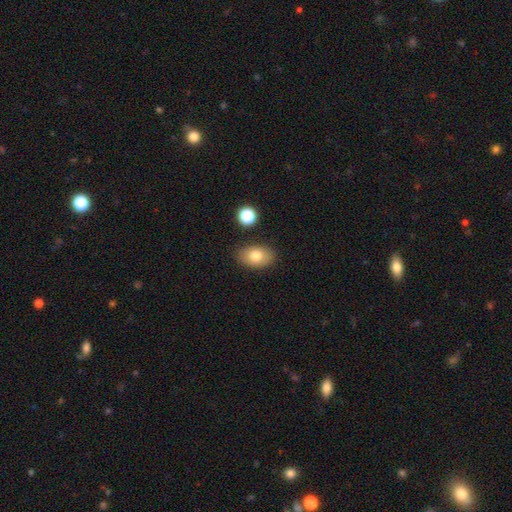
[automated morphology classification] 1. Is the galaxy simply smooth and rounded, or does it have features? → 78% smooth, 13% featured or disk, 9% star or artifact.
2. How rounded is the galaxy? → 85% in between, 14% round, 1% cigar-shaped.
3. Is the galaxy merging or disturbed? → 84% none, 11% minor disturbance, 3% merger, 3% major disturbance.